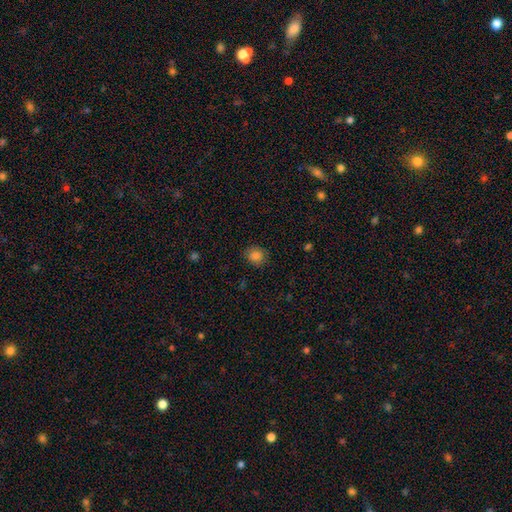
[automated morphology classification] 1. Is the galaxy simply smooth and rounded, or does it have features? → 83% smooth, 11% star or artifact, 5% featured or disk.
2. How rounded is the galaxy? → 82% round, 17% in between, 1% cigar-shaped.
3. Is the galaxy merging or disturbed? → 88% none, 9% minor disturbance, 2% major disturbance, 1% merger.